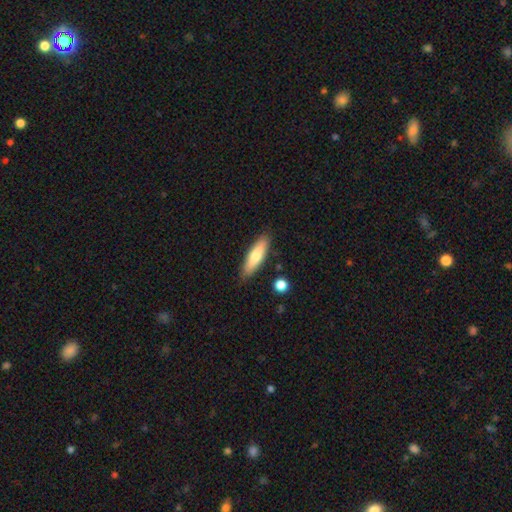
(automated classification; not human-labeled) smooth-or-featured: smooth: 69% | featured or disk: 25% | star or artifact: 6%
  how-rounded: cigar-shaped: 60% | in between: 38% | round: 2%
  merging: none: 85% | minor disturbance: 11% | merger: 2% | major disturbance: 2%